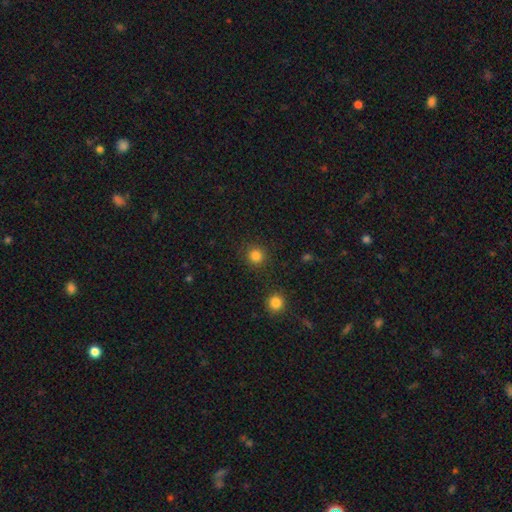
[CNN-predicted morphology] This is clearly a smooth galaxy (83%). How rounded: clearly round (93%). Merging: clearly none (89%).